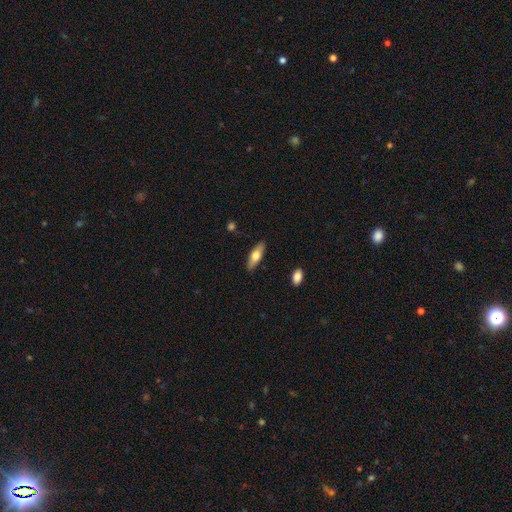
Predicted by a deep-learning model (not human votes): Smooth or featured? Predicted: smooth (p=0.66). How rounded? Predicted: in between (p=0.57). Merging? Predicted: none (p=0.87).